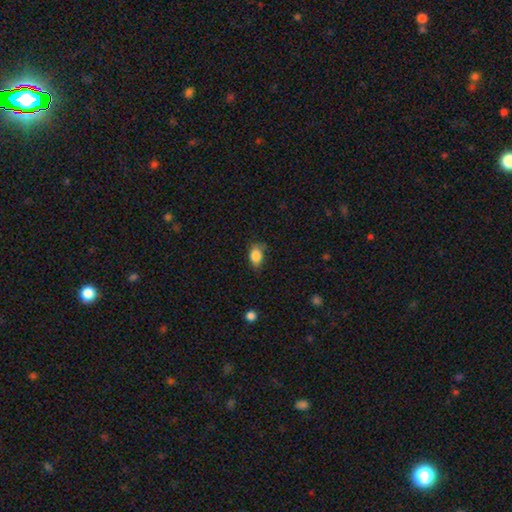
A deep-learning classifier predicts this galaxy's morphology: Smooth or featured? Predicted: smooth (p=0.85). How rounded? Predicted: in between (p=0.81). Merging? Predicted: none (p=0.64).